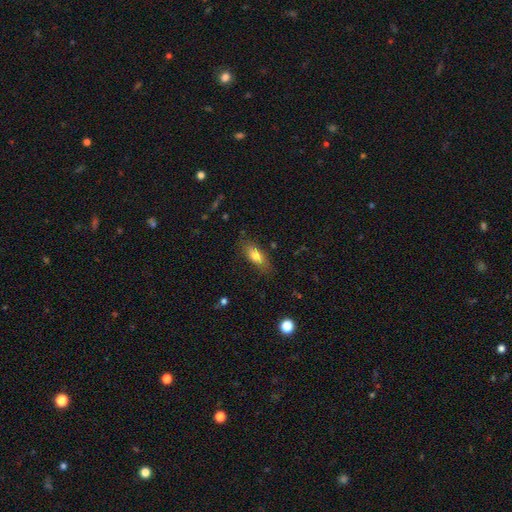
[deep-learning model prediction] This is likely a smooth galaxy (76%). How rounded: likely in between (73%). Merging: likely none (79%).